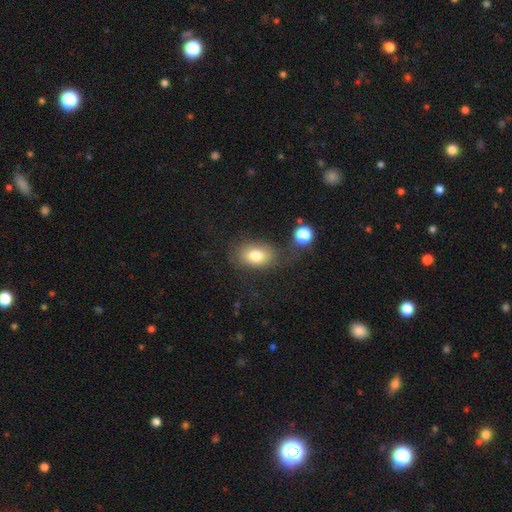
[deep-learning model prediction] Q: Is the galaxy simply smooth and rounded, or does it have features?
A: smooth — 78%.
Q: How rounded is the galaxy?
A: in between — 76%.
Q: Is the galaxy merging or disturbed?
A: none — 69%.